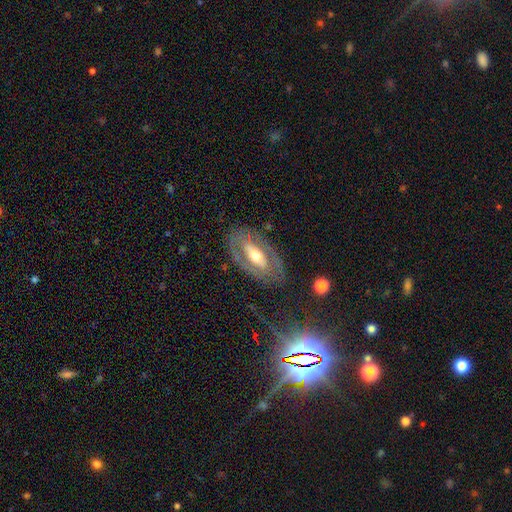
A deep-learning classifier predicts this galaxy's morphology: type=featured or disk (71%); edge-on=no (89%); bar=no (43%); spiral arms=no (58%); bulge=moderate (67%); merging=none (73%).